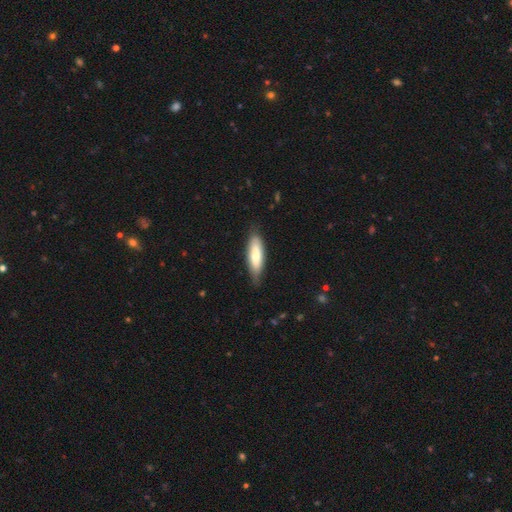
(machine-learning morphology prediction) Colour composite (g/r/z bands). It shows a smooth galaxy with no disk features (71%) that is in between round and cigar-shaped (49%, tied with cigar-shaped). Merging: none (78%).